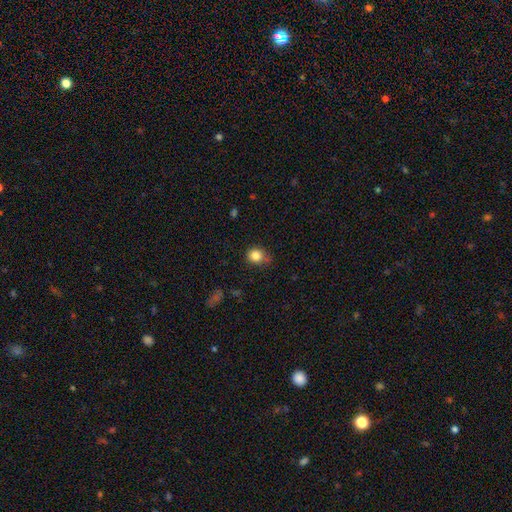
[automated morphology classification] Smooth or featured? Predicted: smooth (p=0.83). How rounded? Predicted: round (p=0.70). Merging? Predicted: none (p=0.65).